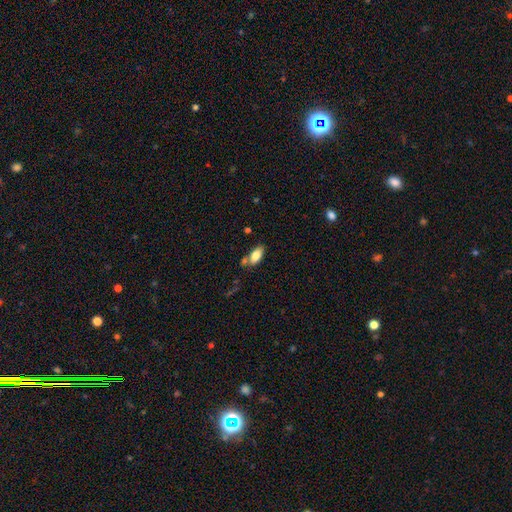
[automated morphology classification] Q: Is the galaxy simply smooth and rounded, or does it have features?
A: smooth — 81%.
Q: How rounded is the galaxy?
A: in between — 90%.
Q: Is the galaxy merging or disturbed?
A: none — 66%.